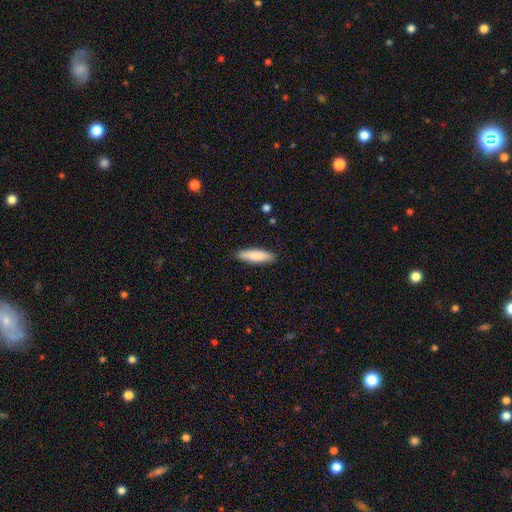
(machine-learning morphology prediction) A smooth galaxy with no disk features (85%) that is cigar-shaped (63%).

Vote fractions:
- Smooth or featured? smooth: 85% / featured or disk: 10% / star or artifact: 5%
- How rounded? cigar-shaped: 63% / in between: 35% / round: 1%
- Merging? none: 88% / minor disturbance: 9% / major disturbance: 2% / merger: 1%